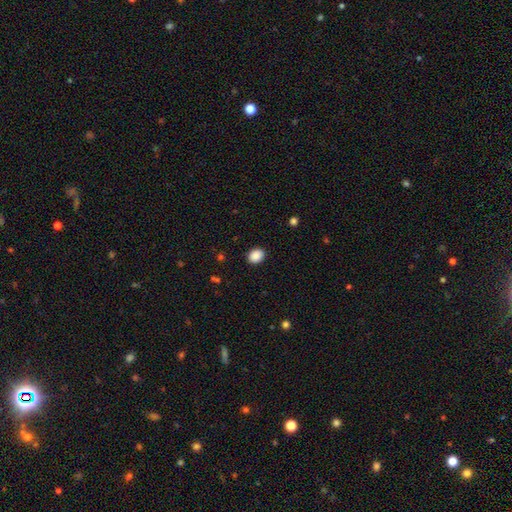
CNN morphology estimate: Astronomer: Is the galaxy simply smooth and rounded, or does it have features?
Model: smooth — 89%.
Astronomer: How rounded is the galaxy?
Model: round — 50% (runner-up: in between, 49%).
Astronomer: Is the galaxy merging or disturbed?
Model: none — 90%.